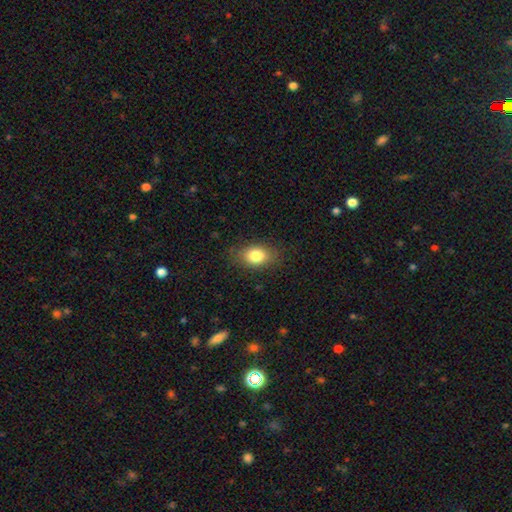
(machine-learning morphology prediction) smooth-or-featured: smooth: 82% | featured or disk: 9% | star or artifact: 9%
  how-rounded: in between: 79% | round: 19% | cigar-shaped: 2%
  merging: none: 83% | minor disturbance: 13% | major disturbance: 4% | merger: 1%